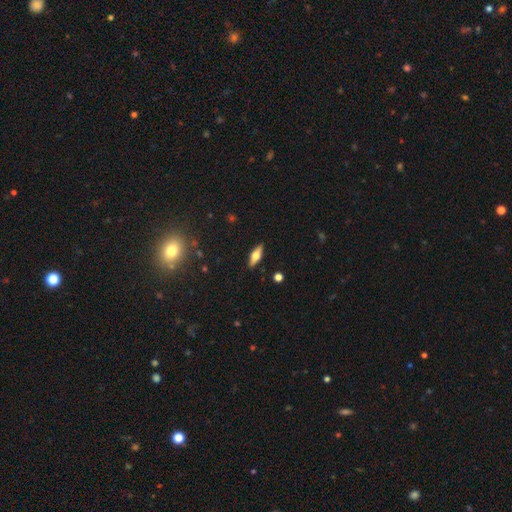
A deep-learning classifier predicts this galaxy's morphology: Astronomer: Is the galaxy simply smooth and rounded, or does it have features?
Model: smooth — 52% (runner-up: featured or disk, 41%).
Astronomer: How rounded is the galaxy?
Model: in between — 59% (runner-up: cigar-shaped, 38%).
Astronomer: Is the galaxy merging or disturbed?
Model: none — 89%.